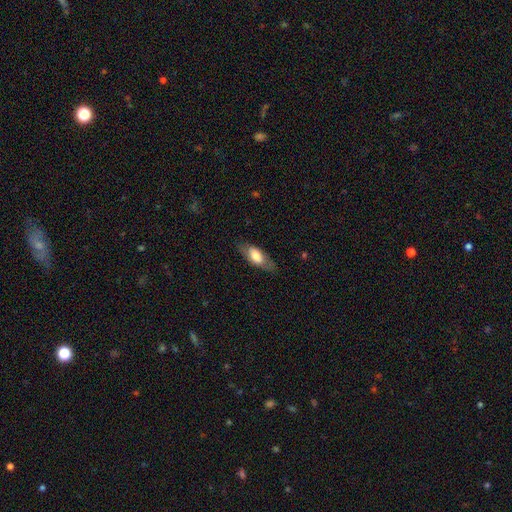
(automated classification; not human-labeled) The model was most divided on "smooth or featured": smooth: 66%, featured or disk: 28%, star or artifact: 6%. More confident: how rounded — in between (77%); merging — none (77%).